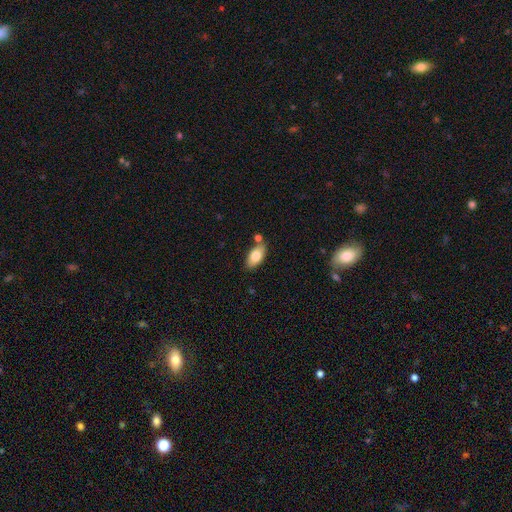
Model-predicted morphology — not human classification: This is clearly a smooth galaxy (81%). How rounded: clearly in between (93%). Merging: likely none (72%).